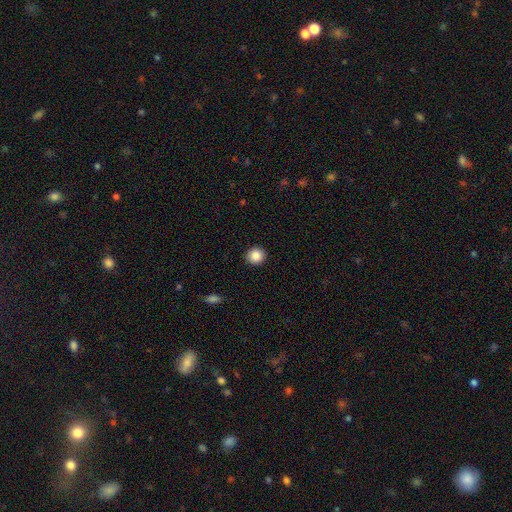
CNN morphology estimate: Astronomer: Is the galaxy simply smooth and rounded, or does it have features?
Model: smooth — 87%.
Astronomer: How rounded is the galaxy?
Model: round — 90%.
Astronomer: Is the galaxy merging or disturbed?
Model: none — 92%.